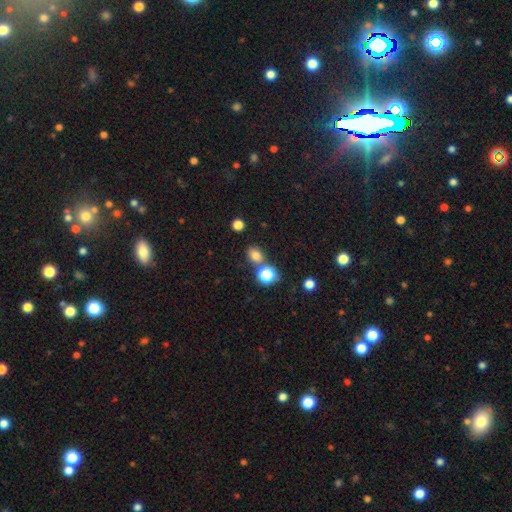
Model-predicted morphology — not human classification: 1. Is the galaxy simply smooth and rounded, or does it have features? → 76% smooth, 17% star or artifact, 6% featured or disk.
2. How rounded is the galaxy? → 51% round, 47% in between, 1% cigar-shaped.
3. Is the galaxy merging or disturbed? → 70% none, 16% merger, 11% minor disturbance, 4% major disturbance.